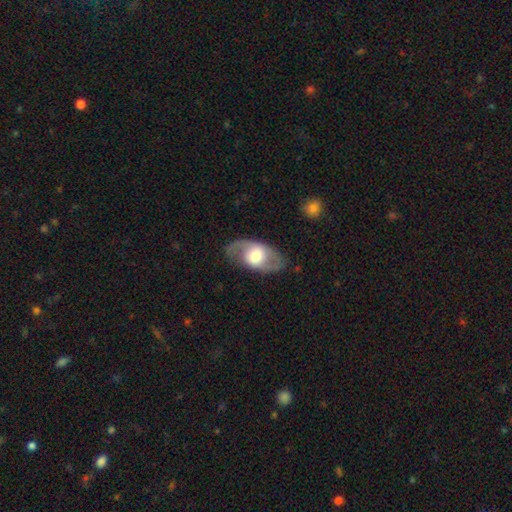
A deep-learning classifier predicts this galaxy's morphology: Smooth or featured? Predicted: featured or disk (p=0.60). Edge-on disk? Predicted: no (p=0.89). Bar? Predicted: no (p=0.64). Spiral arms? Predicted: yes (p=0.56). Bulge size? Predicted: moderate (p=0.53). Merging? Predicted: none (p=0.77).